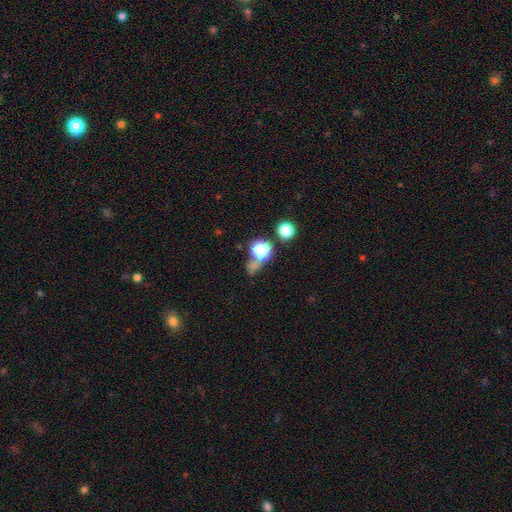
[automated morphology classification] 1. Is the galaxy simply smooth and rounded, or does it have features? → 55% star or artifact, 33% smooth, 12% featured or disk.